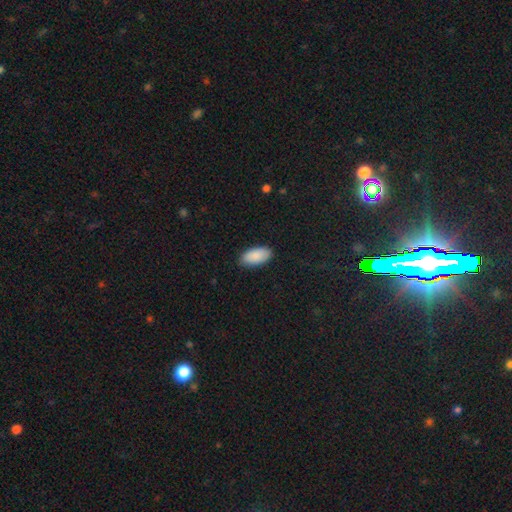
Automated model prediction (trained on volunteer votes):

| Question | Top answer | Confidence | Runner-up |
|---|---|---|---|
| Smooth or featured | smooth | 90% | star or artifact (6%) |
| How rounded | in between | 95% | cigar-shaped (3%) |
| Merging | none | 87% | minor disturbance (10%) |